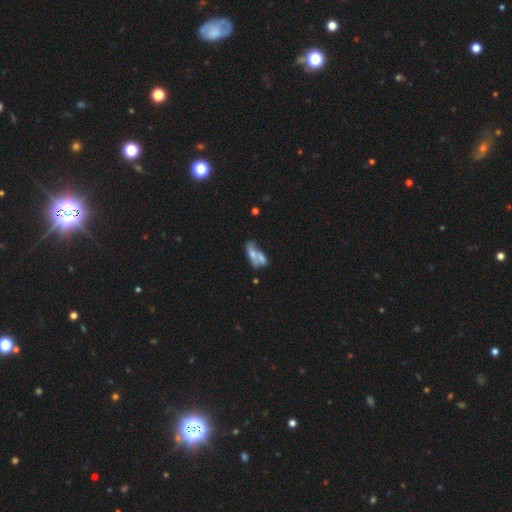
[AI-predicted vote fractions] A smooth galaxy with no disk features (50%).

Vote fractions:
- Smooth or featured? smooth: 50% / featured or disk: 39% / star or artifact: 11%
- Merging? merger: 61% / none: 19% / major disturbance: 10% / minor disturbance: 10%